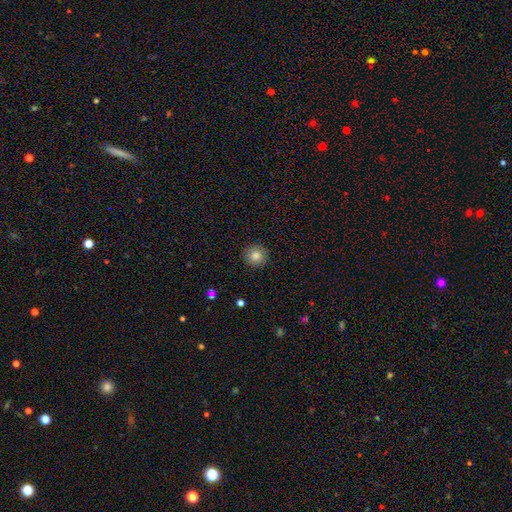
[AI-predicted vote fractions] Q: Smooth or featured?
A: smooth (84%); runner-up: star or artifact (10%)
Q: How rounded?
A: round (93%); runner-up: in between (6%)
Q: Merging?
A: none (91%); runner-up: minor disturbance (6%)